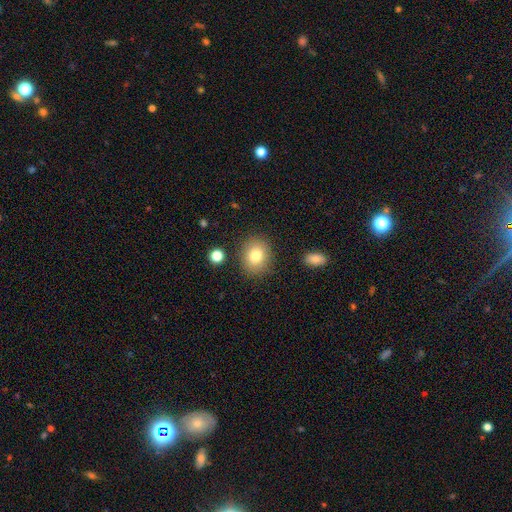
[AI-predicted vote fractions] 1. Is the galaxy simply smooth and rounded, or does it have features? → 79% smooth, 10% featured or disk, 10% star or artifact.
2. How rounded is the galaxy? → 67% round, 32% in between, 1% cigar-shaped.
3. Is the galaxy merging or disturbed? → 85% none, 9% minor disturbance, 3% major disturbance, 3% merger.